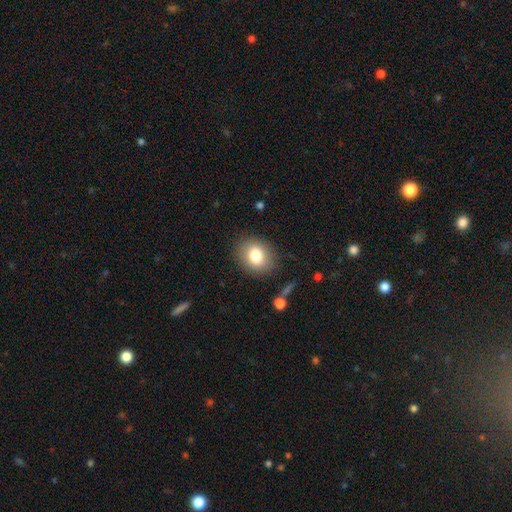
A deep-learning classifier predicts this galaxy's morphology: Q: Smooth or featured?
A: smooth (79%); runner-up: featured or disk (11%)
Q: How rounded?
A: round (56%); runner-up: in between (43%)
Q: Merging?
A: none (85%); runner-up: minor disturbance (10%)